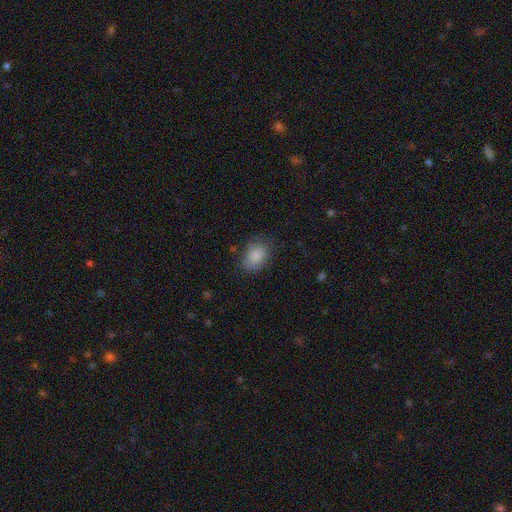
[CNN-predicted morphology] This is clearly a smooth galaxy (87%). How rounded: likely in between (72%). Merging: likely none (77%).